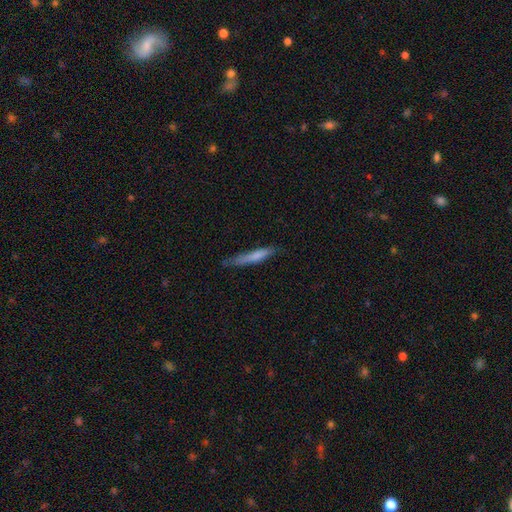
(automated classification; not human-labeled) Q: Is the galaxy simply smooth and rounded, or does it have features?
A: smooth — 70%.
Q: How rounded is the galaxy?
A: cigar-shaped — 91%.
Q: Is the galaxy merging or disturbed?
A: none — 67%.